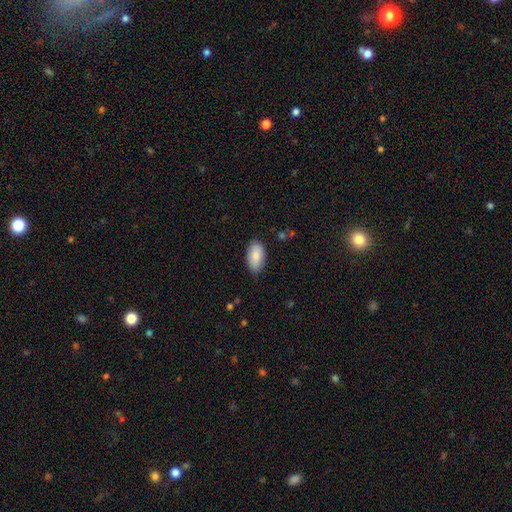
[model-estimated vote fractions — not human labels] smooth_or_featured: smooth (p=0.86) [alt: featured or disk p=0.07]
how_rounded: in between (p=0.95) [alt: round p=0.03]
merging: none (p=0.84) [alt: minor disturbance p=0.12]